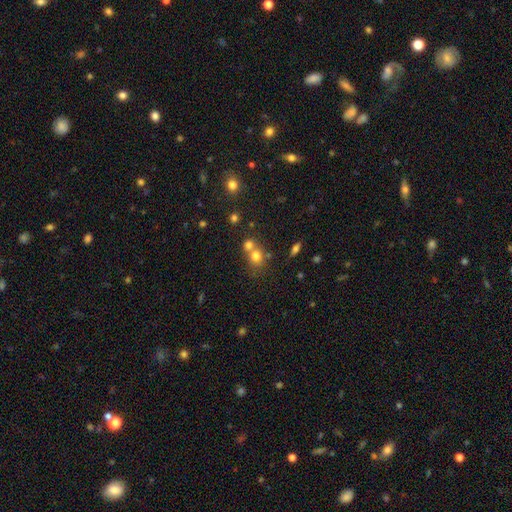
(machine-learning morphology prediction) The model was most divided on "merging": merger: 49%, none: 41%, minor disturbance: 7%, major disturbance: 3%. More confident: how rounded — round (79%); smooth or featured — smooth (74%).